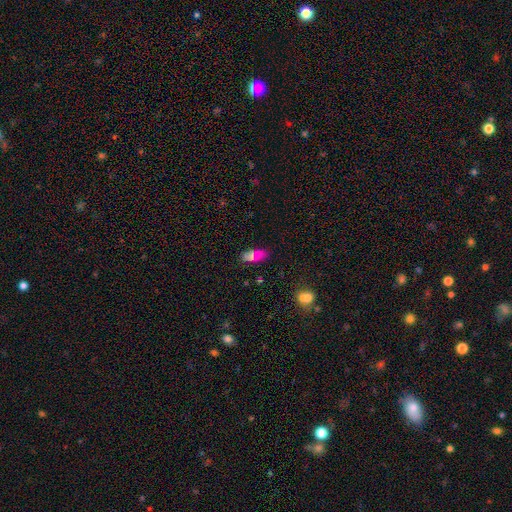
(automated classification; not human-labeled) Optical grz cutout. It shows a smooth galaxy with no disk features (69%) that is in between round and cigar-shaped (79%). Merging: none (78%).